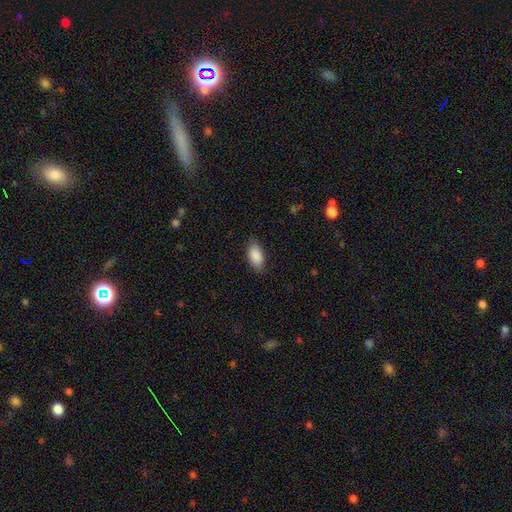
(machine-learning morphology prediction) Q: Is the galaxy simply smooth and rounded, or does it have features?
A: smooth — 89%.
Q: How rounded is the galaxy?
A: in between — 92%.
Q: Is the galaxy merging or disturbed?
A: none — 80%.